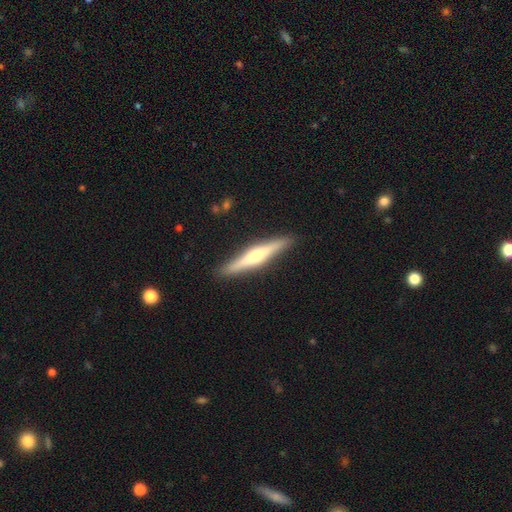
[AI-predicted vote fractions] The model was most divided on "smooth or featured": featured or disk: 64%, smooth: 31%, star or artifact: 5%. More confident: edge-on disk — yes (97%); merging — none (90%); edge-on bulge — rounded (85%).